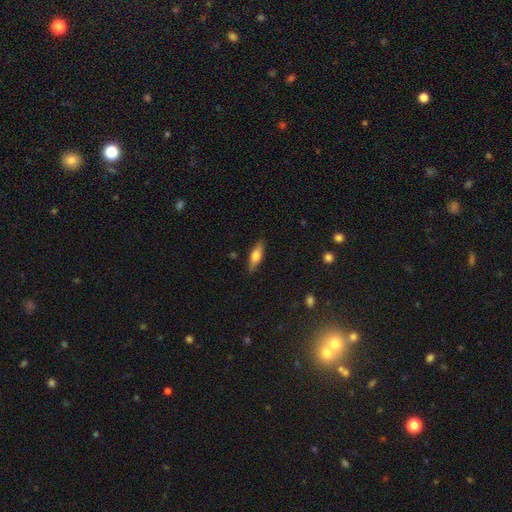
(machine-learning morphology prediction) smooth_or_featured: smooth (p=0.65) [alt: featured or disk p=0.29]
how_rounded: in between (p=0.53) [alt: cigar-shaped p=0.44]
merging: none (p=0.84) [alt: minor disturbance p=0.12]